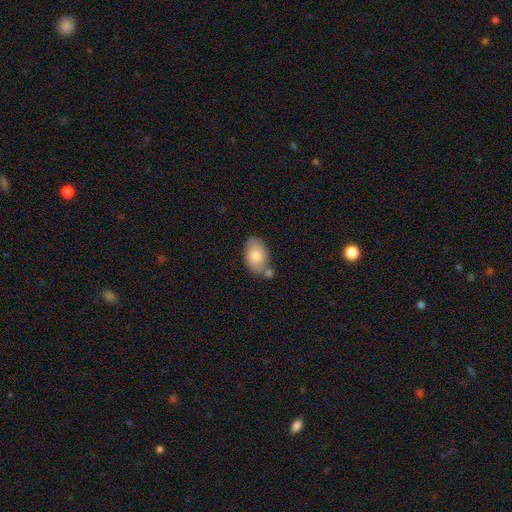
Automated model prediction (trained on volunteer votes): smooth 79%, featured or disk 15%, star or artifact 6%. Down the decision tree: how rounded — in between (91%); merging — none (60%).